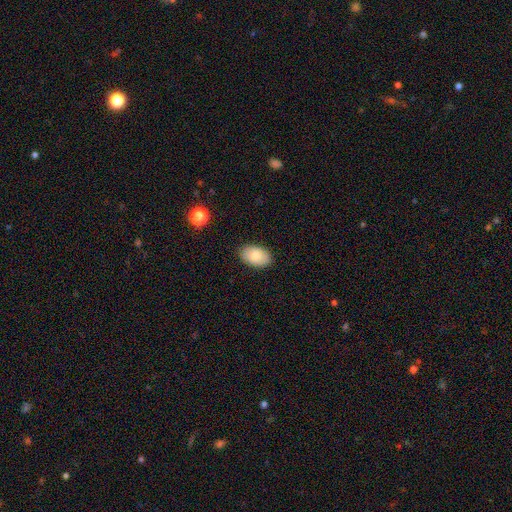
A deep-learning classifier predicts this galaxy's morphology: This appears to be a smooth galaxy with no disk features (84%) that is in between round and cigar-shaped (93%). Merging: none (88%).